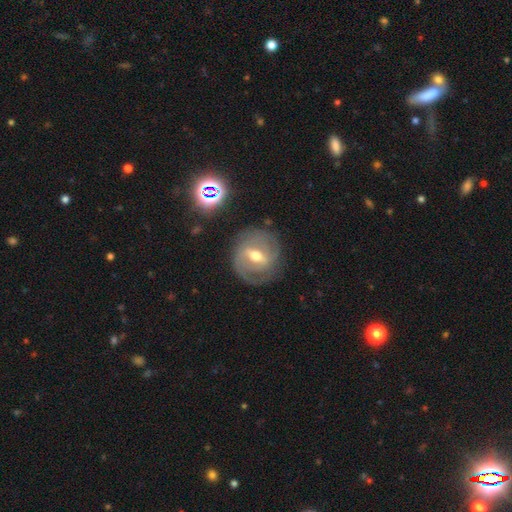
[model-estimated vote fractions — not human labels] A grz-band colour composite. It shows a featured or disk galaxy (80%) with a weak bar (45%), 2 (59%) tight (54%) spiral arms (89%) and a moderate central bulge (71%). Merging: none (78%).